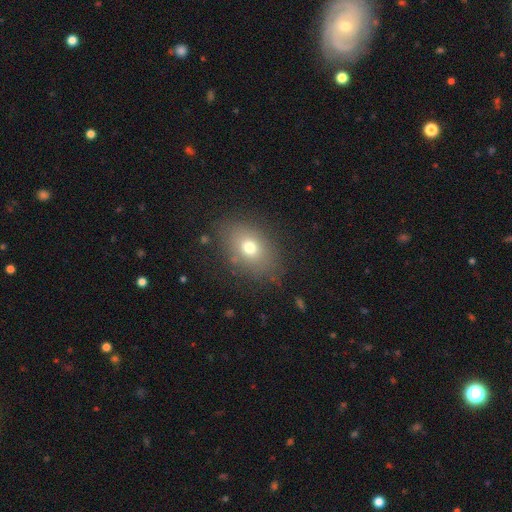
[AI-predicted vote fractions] This is possibly a smooth galaxy (57%). How rounded: likely in between (64%). Merging: clearly none (87%).